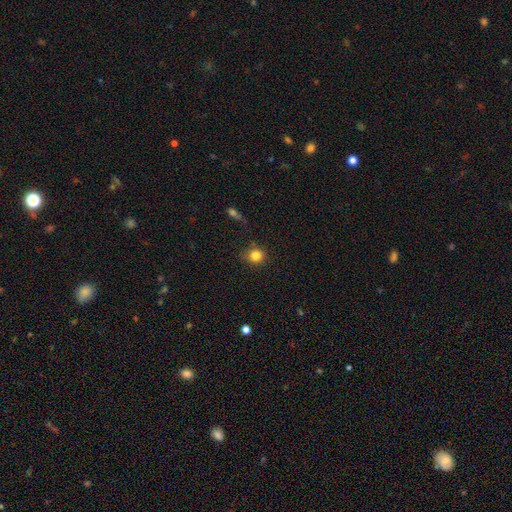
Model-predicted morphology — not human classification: This appears to be a smooth galaxy with no disk features (83%) that is round (86%). Merging: none (80%).